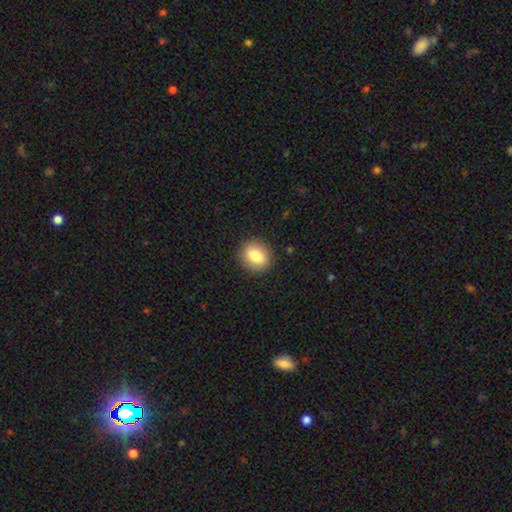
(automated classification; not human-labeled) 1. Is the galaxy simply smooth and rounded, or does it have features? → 82% smooth, 10% featured or disk, 8% star or artifact.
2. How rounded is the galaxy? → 70% round, 29% in between, 1% cigar-shaped.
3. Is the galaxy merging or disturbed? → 89% none, 8% minor disturbance, 2% major disturbance, 1% merger.